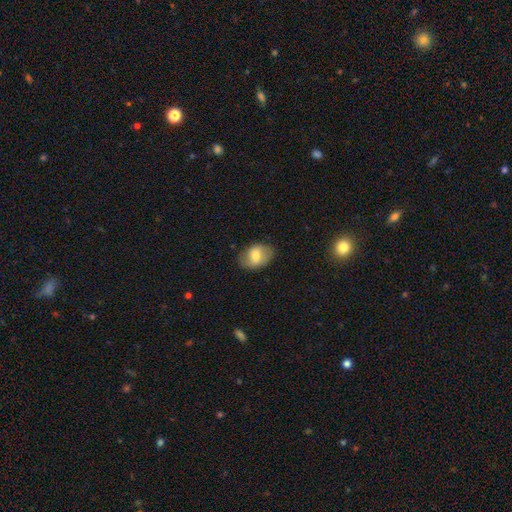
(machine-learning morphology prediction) A smooth galaxy with no disk features (66%) that is in between round and cigar-shaped (80%). Merging: none (77%).